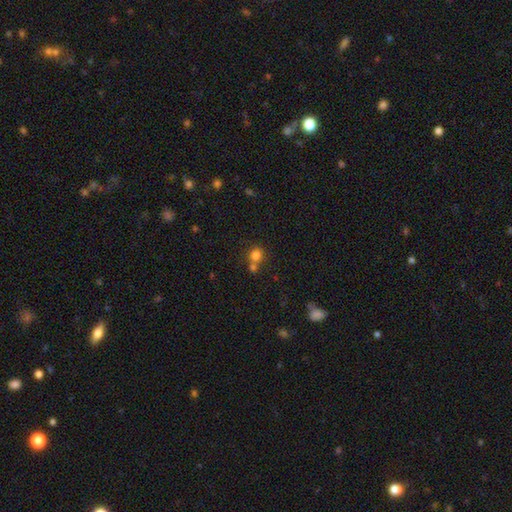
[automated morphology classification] Overall: smooth (79%). How rounded: round (84%). Merging: none (52%; merger 37%).